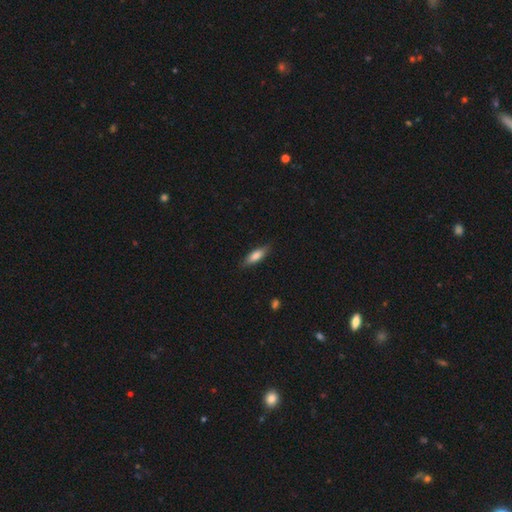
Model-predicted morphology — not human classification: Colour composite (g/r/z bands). It shows a smooth galaxy with no disk features (78%) that is in between round and cigar-shaped (53%). Merging: none (83%).